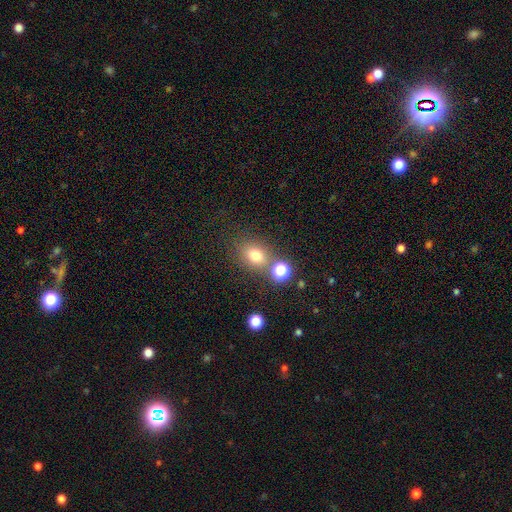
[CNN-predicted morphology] smooth_or_featured: smooth (p=0.74) [alt: star or artifact p=0.17]
how_rounded: round (p=0.56) [alt: in between p=0.43]
merging: none (p=0.69) [alt: merger p=0.14]